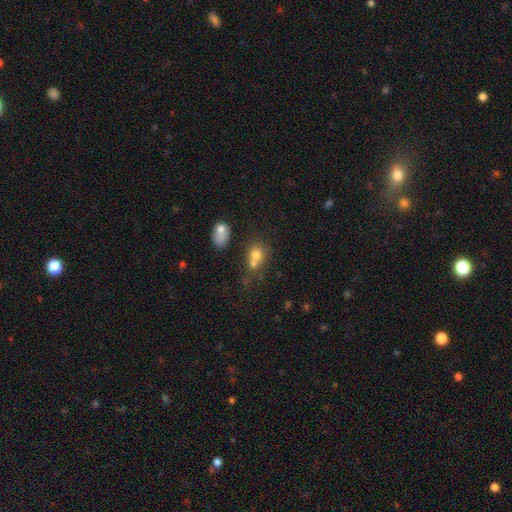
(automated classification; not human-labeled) Smooth or featured? Predicted: smooth (p=0.70). How rounded? Predicted: round (p=0.72). Merging? Predicted: merger (p=0.49).